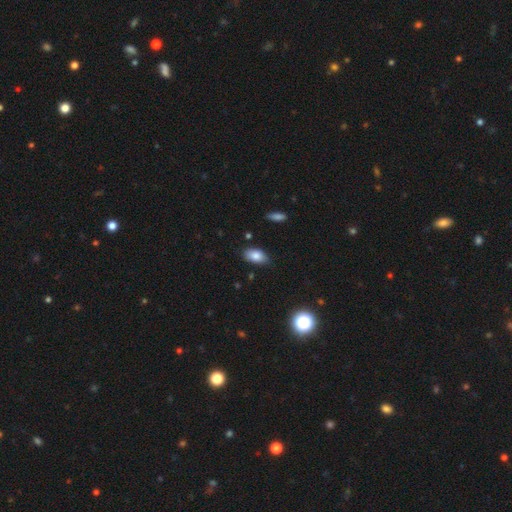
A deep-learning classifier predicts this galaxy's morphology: This appears to be a smooth galaxy with no disk features (83%) that is in between round and cigar-shaped (92%). Merging: none (77%).